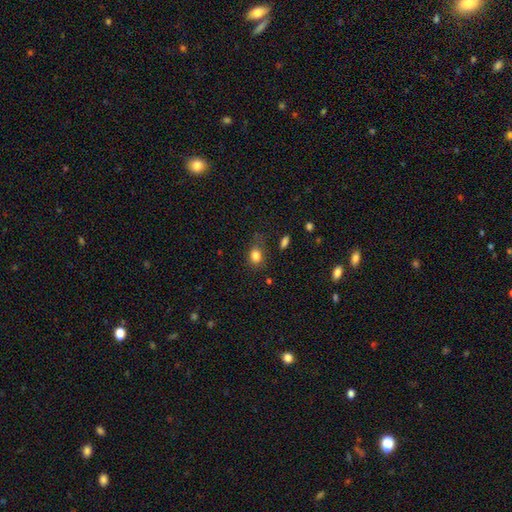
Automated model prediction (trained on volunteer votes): This is clearly a smooth galaxy (82%). How rounded: possibly in between (55%). Merging: likely none (65%).